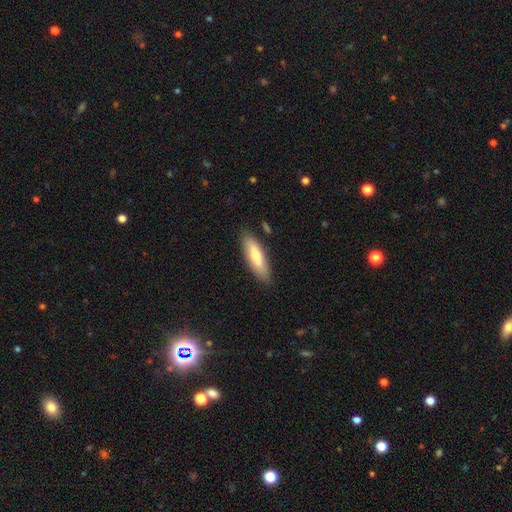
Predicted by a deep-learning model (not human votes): smooth_or_featured: smooth (p=0.64) [alt: featured or disk p=0.29]
how_rounded: cigar-shaped (p=0.58) [alt: in between p=0.40]
merging: none (p=0.85) [alt: minor disturbance p=0.11]